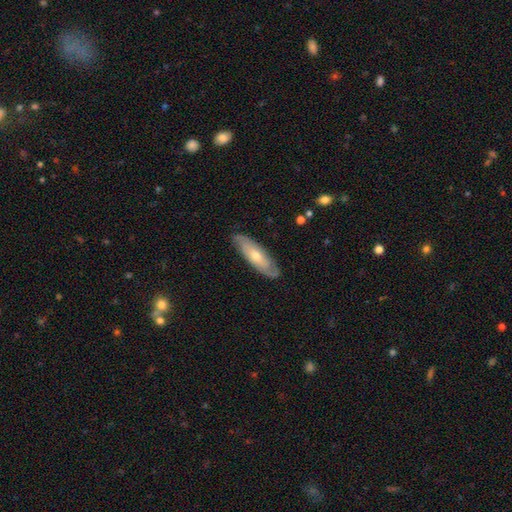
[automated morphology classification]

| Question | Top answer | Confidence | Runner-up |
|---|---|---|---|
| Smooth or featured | featured or disk | 57% | smooth (37%) |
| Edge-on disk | no | 69% | yes (31%) |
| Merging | none | 84% | minor disturbance (12%) |